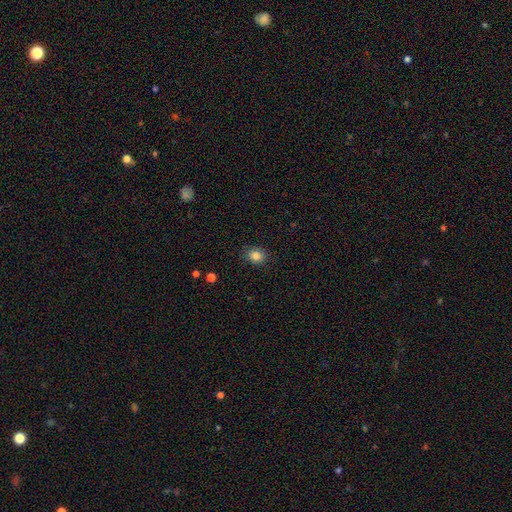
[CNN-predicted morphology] This is clearly a smooth galaxy (84%). How rounded: possibly round (50%). Merging: clearly none (86%).